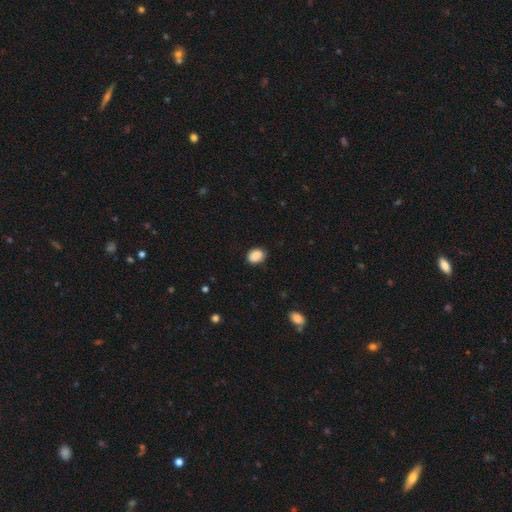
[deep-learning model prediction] smooth-or-featured: smooth: 89% | star or artifact: 8% | featured or disk: 3%
  how-rounded: in between: 60% | round: 39% | cigar-shaped: 1%
  merging: none: 84% | minor disturbance: 13% | major disturbance: 3% | merger: 1%